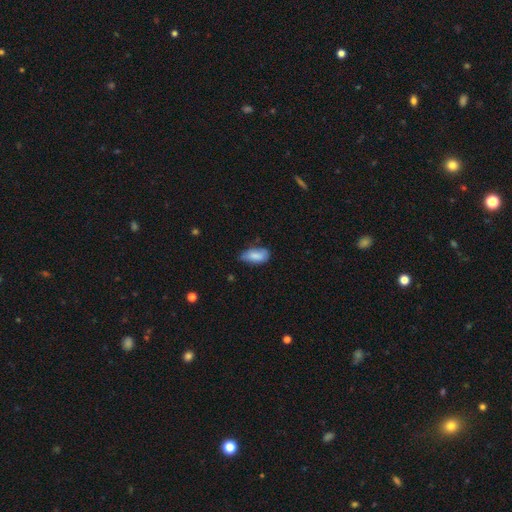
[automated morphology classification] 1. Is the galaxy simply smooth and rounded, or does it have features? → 82% smooth, 11% featured or disk, 7% star or artifact.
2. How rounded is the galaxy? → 89% in between, 8% cigar-shaped, 3% round.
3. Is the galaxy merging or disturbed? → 51% none, 38% minor disturbance, 8% major disturbance, 3% merger.